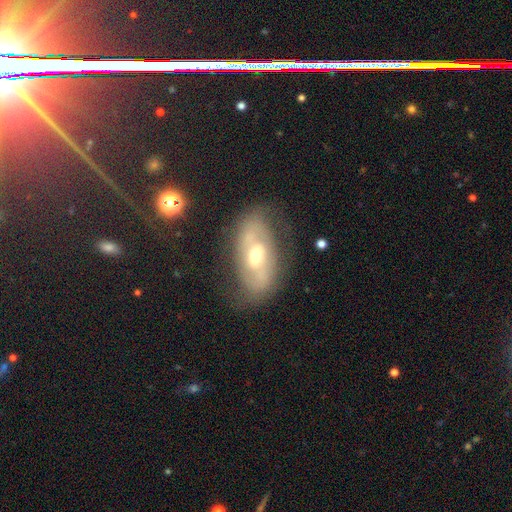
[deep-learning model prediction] Smooth or featured?
  - featured or disk: 65% *
  - smooth: 28%
  - star or artifact: 8%
Edge-on disk?
  - no: 90% *
  - yes: 10%
Bar?
  - no: 51% *
  - weak: 33%
  - strong: 16%
Spiral arms?
  - yes: 56% *
  - no: 44%
Bulge size?
  - moderate: 66% *
  - small: 25%
  - large: 7%
  - dominant: 1%
  - none: 1%
Merging?
  - none: 64% *
  - minor disturbance: 22%
  - major disturbance: 11%
  - merger: 3%